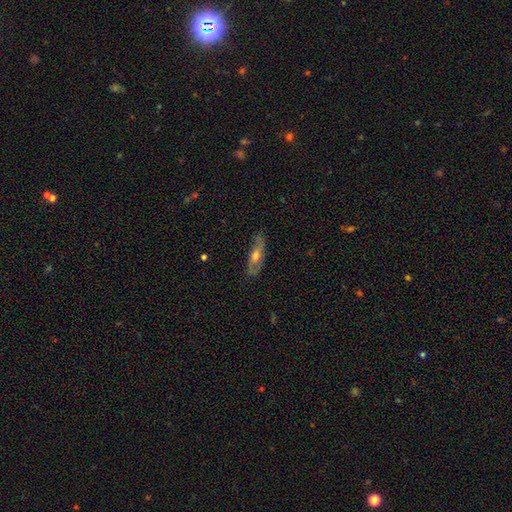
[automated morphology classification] A featured or disk galaxy (60%).

Vote fractions:
- Smooth or featured? featured or disk: 60% / smooth: 33% / star or artifact: 7%
- Edge-on disk? no: 69% / yes: 31%
- Merging? none: 77% / minor disturbance: 17% / major disturbance: 5% / merger: 1%